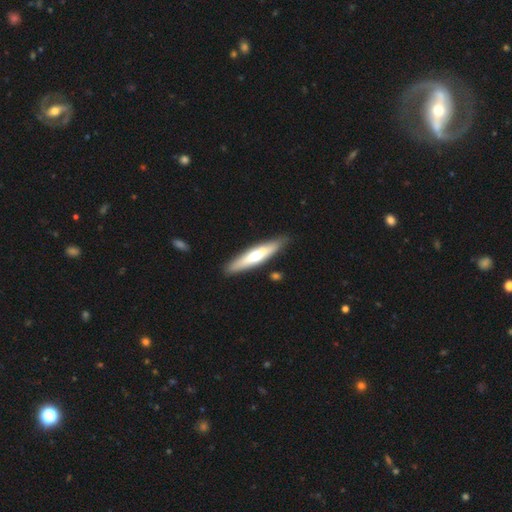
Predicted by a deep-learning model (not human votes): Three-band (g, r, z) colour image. It shows a featured or disk galaxy (48%). Merging: none (82%).